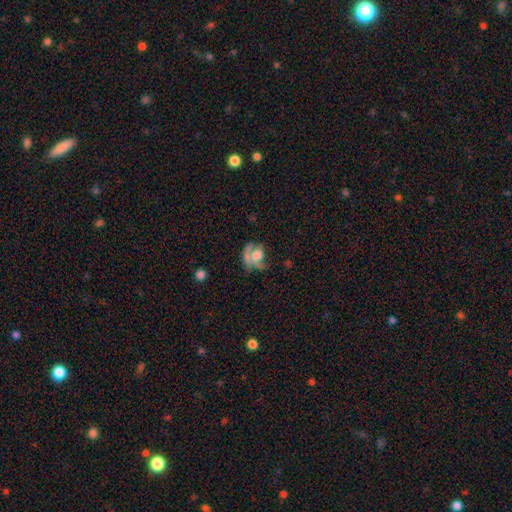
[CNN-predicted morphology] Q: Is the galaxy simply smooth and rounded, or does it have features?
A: smooth — 49%.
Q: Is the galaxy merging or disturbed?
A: none — 32%.